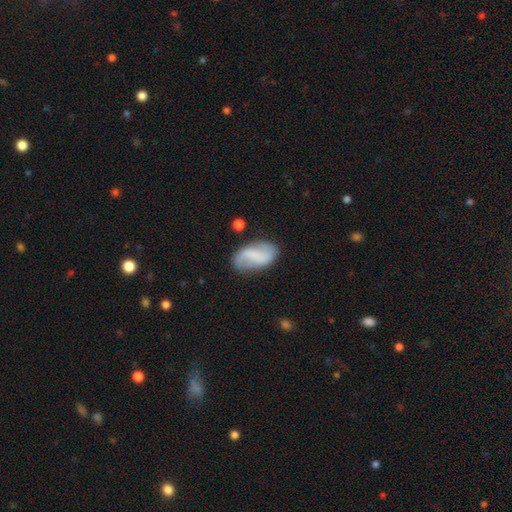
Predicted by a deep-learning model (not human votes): Overall: featured or disk (55%; smooth 37%). Edge-on disk: no (97%). Bar: weak (42%; strong 30%). Spiral arms: yes (85%). Bulge size: none (58%; small 25%). Merging: none (70%).